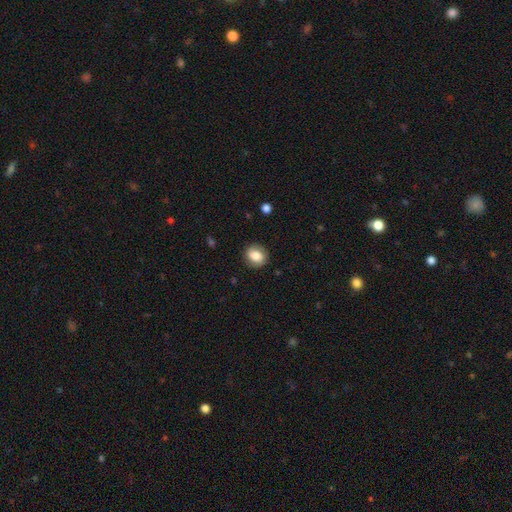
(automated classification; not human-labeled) smooth-or-featured: smooth: 76% | featured or disk: 16% | star or artifact: 9%
  how-rounded: round: 71% | in between: 28% | cigar-shaped: 1%
  merging: none: 84% | minor disturbance: 11% | major disturbance: 3% | merger: 1%